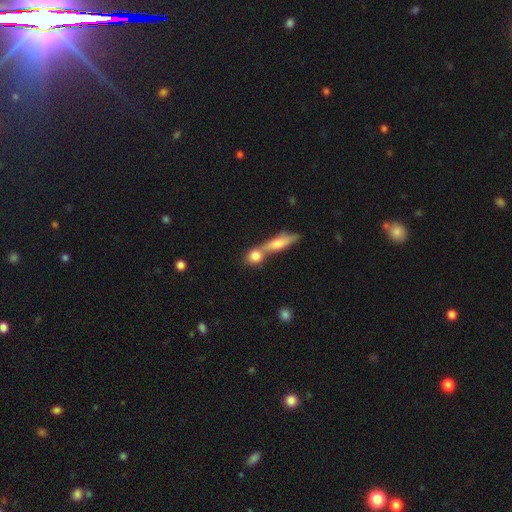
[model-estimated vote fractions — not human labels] A smooth galaxy with no disk features (78%) that is round (54%). Merging: merger (50%).